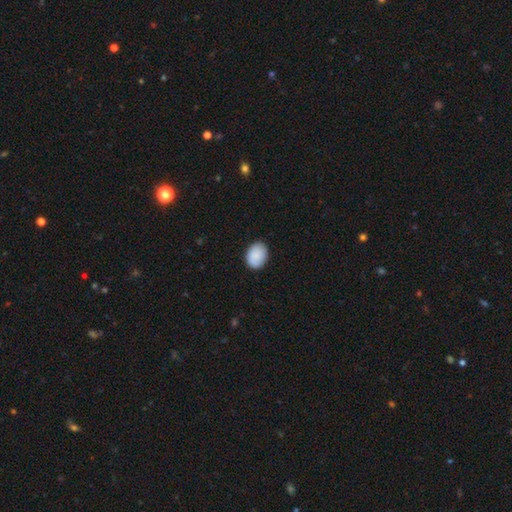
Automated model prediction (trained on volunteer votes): A smooth galaxy with no disk features (90%) that is in between round and cigar-shaped (70%). Merging: none (87%).